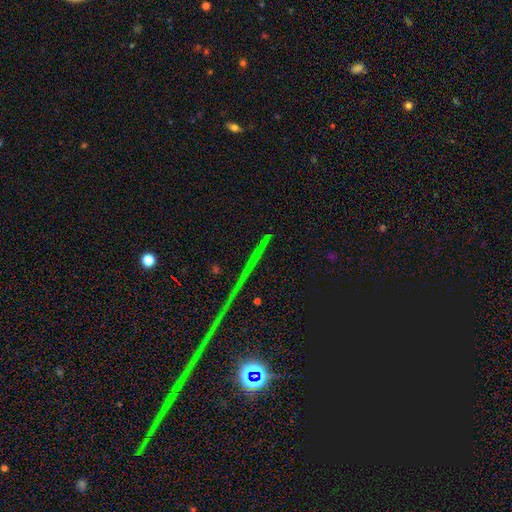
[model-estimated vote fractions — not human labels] smooth-or-featured: star or artifact: 79% | featured or disk: 12% | smooth: 9%